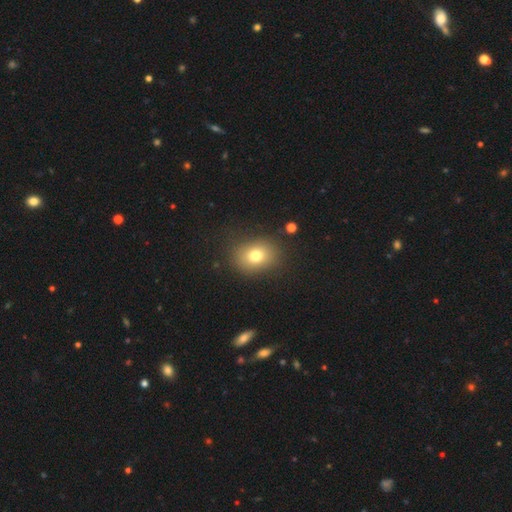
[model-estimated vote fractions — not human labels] A smooth galaxy with no disk features (75%) that is in between round and cigar-shaped (51%). Merging: none (84%).